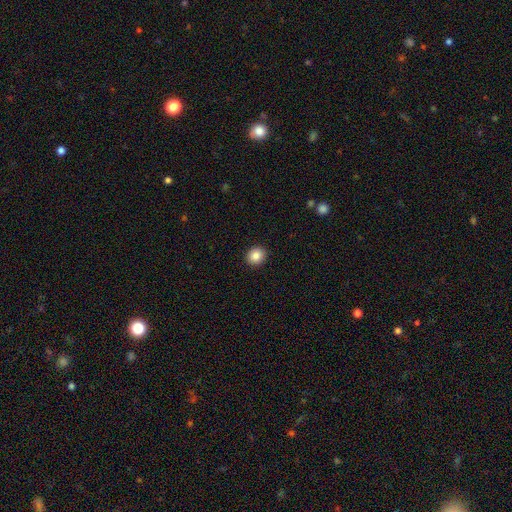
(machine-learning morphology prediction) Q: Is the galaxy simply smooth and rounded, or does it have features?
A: smooth — 86%.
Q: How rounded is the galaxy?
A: round — 75%.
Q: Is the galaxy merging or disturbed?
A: none — 92%.